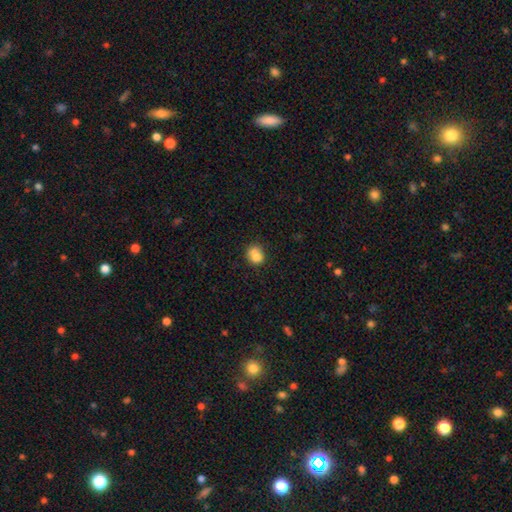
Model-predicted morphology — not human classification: A smooth galaxy with no disk features (77%) that is round (66%). Merging: none (44%).